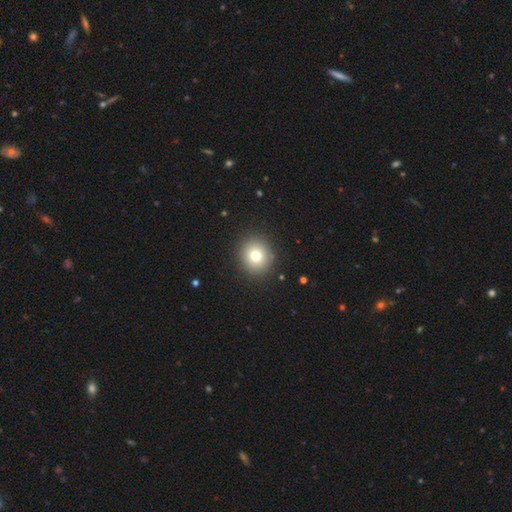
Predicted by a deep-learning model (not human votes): Morphology: type=smooth (76%); roundness=round (87%); merging=none (90%).